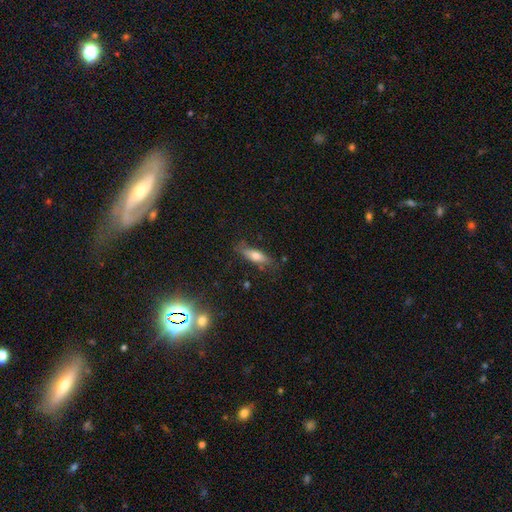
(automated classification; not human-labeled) Smooth or featured?
  - smooth: 63% *
  - featured or disk: 29%
  - star or artifact: 8%
How rounded?
  - cigar-shaped: 51% *
  - in between: 46%
  - round: 3%
Merging?
  - none: 74% *
  - minor disturbance: 19%
  - major disturbance: 5%
  - merger: 2%